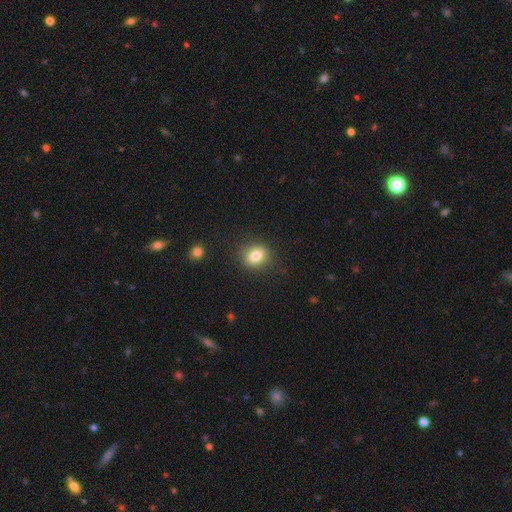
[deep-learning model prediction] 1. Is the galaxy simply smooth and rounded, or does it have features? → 81% smooth, 10% star or artifact, 9% featured or disk.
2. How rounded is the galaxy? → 59% round, 39% in between, 1% cigar-shaped.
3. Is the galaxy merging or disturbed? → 86% none, 10% minor disturbance, 3% major disturbance, 1% merger.